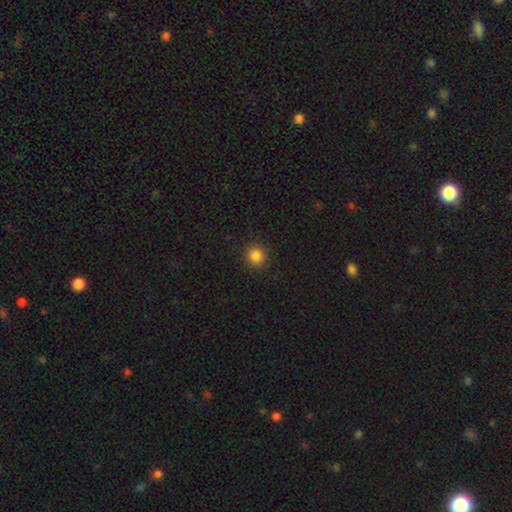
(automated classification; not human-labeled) smooth 85%, star or artifact 12%, featured or disk 3%. Down the decision tree: how rounded — round (93%); merging — none (91%).